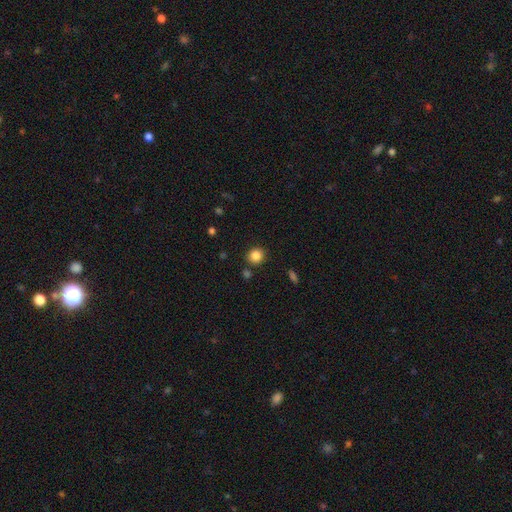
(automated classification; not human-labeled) Morphology: type=smooth (85%); roundness=round (84%); merging=none (85%).